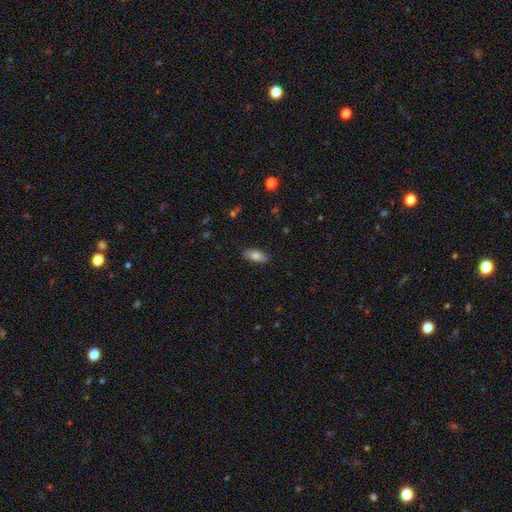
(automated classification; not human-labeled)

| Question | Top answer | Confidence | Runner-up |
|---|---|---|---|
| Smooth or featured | smooth | 80% | featured or disk (13%) |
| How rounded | in between | 84% | cigar-shaped (13%) |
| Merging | none | 88% | minor disturbance (9%) |